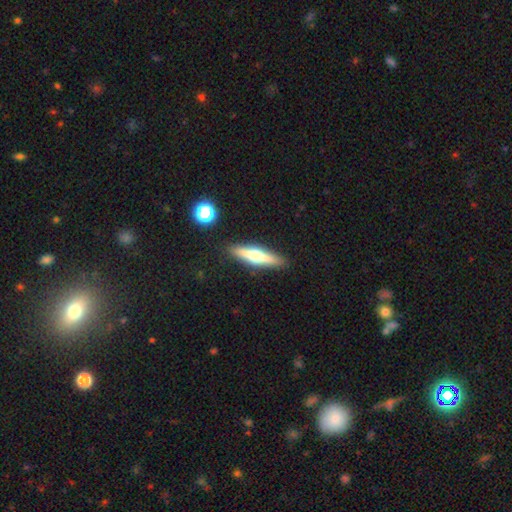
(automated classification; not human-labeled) Morphology: type=featured or disk (56%); edge-on=yes (94%); edge-on bulge=rounded (93%); merging=none (89%).